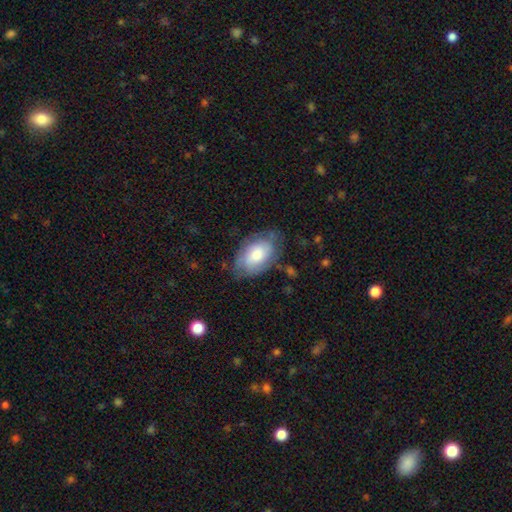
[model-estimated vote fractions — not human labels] This is likely a smooth galaxy (64%). How rounded: clearly in between (92%). Merging: likely none (66%).